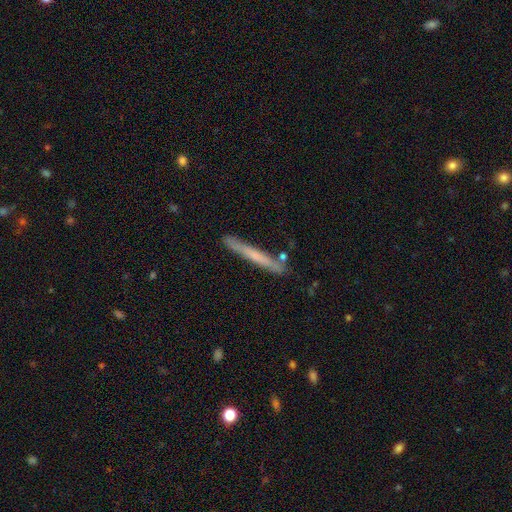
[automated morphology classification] Smooth or featured: smooth — 52% (featured or disk — 43%)
How rounded: cigar-shaped — 97% (in between — 2%)
Merging: none — 84% (minor disturbance — 11%)